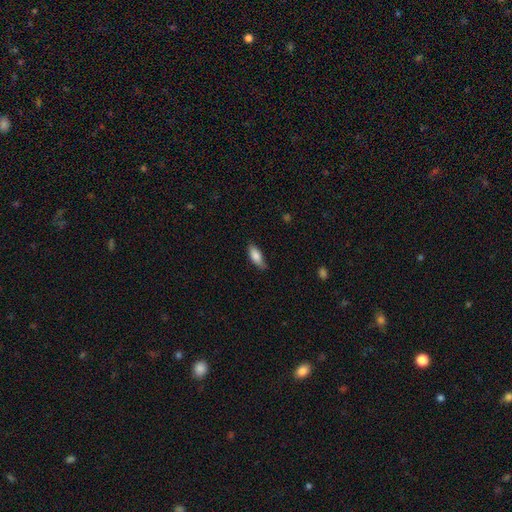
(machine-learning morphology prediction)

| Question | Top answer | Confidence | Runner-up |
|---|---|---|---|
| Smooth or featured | smooth | 83% | featured or disk (11%) |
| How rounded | in between | 77% | cigar-shaped (20%) |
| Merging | none | 71% | minor disturbance (24%) |